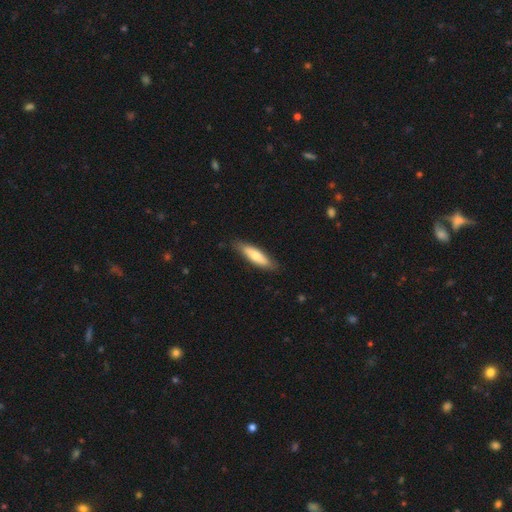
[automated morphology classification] The model was most divided on "how rounded": cigar-shaped: 60%, in between: 39%, round: 2%. More confident: merging — none (81%); smooth or featured — smooth (68%).